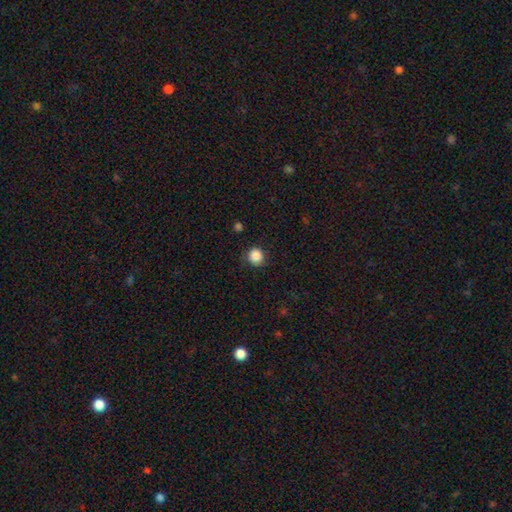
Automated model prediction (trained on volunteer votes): Morphology: type=smooth (87%); roundness=round (92%); merging=none (83%).